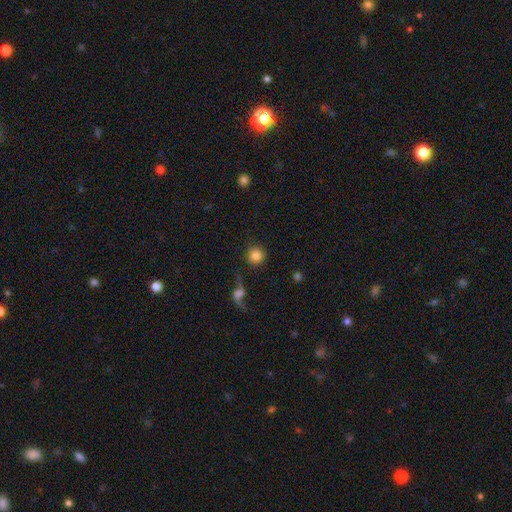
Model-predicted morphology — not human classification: The model was most divided on "smooth or featured": smooth: 81%, star or artifact: 9%, featured or disk: 9%. More confident: how rounded — round (95%); merging — none (85%).